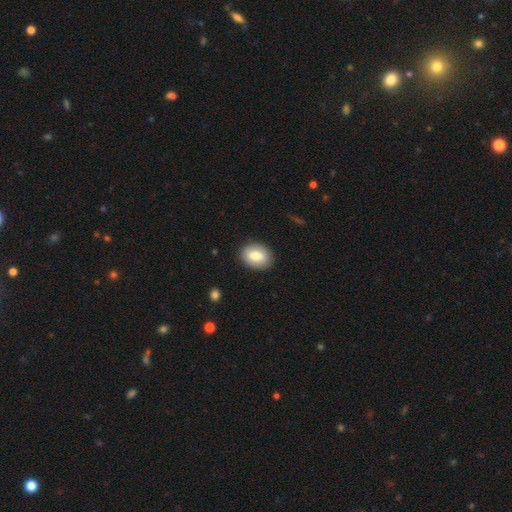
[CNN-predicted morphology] A smooth galaxy with no disk features (80%) that is in between round and cigar-shaped (72%).

Vote fractions:
- Smooth or featured? smooth: 80% / featured or disk: 13% / star or artifact: 7%
- How rounded? in between: 72% / round: 27% / cigar-shaped: 1%
- Merging? none: 88% / minor disturbance: 9% / major disturbance: 2% / merger: 1%